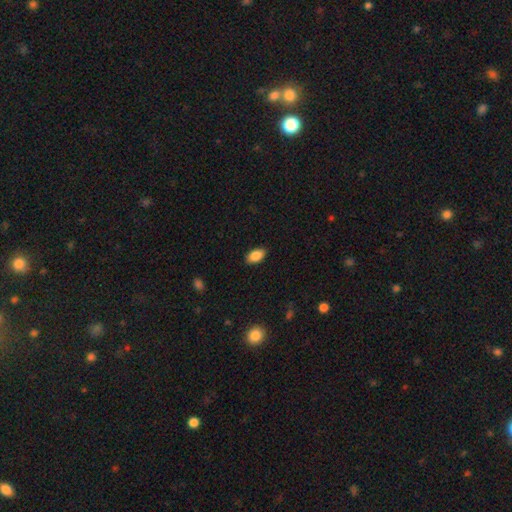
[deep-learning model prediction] This is clearly a smooth galaxy (88%). How rounded: clearly in between (93%). Merging: clearly none (88%).